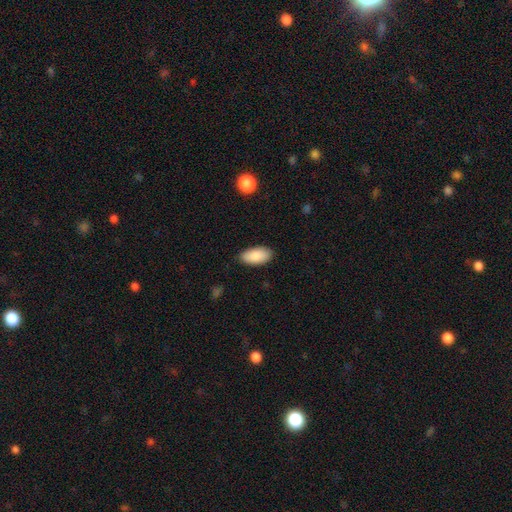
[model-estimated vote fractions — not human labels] This appears to be a smooth galaxy with no disk features (88%) that is in between round and cigar-shaped (94%). Merging: none (87%).